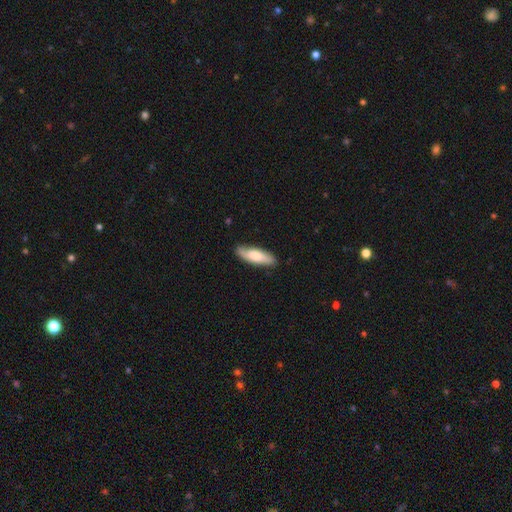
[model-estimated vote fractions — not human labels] A smooth galaxy with no disk features (71%) that is cigar-shaped (54%). Merging: none (83%).